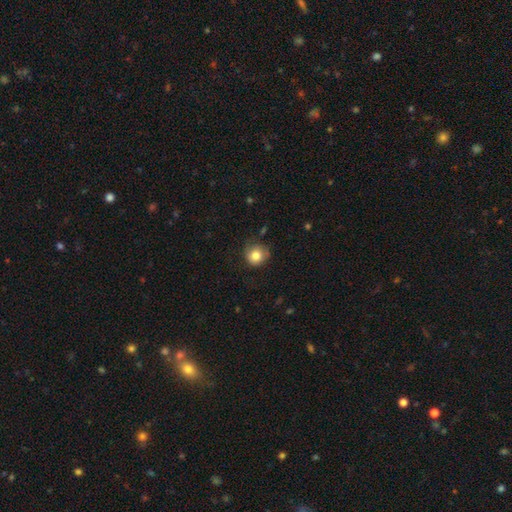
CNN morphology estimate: Smooth or featured? Predicted: smooth (p=0.82). How rounded? Predicted: round (p=0.90). Merging? Predicted: none (p=0.69).